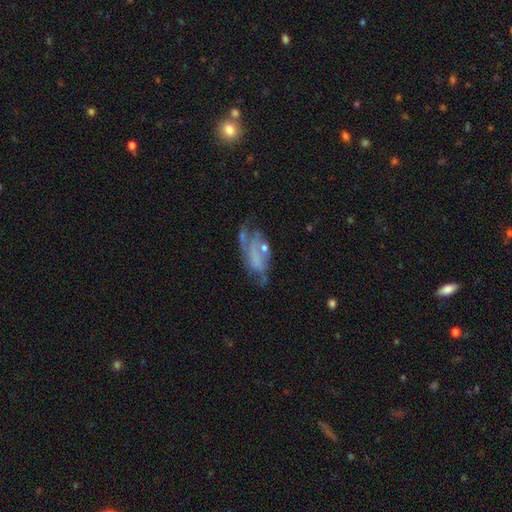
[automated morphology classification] The model was most divided on "merging": none: 37%, major disturbance: 28%, minor disturbance: 25%, merger: 10%. More confident: edge-on disk — no (91%); bar — no (61%); smooth or featured — featured or disk (59%); bulge size — none (56%); spiral arms — yes (55%).